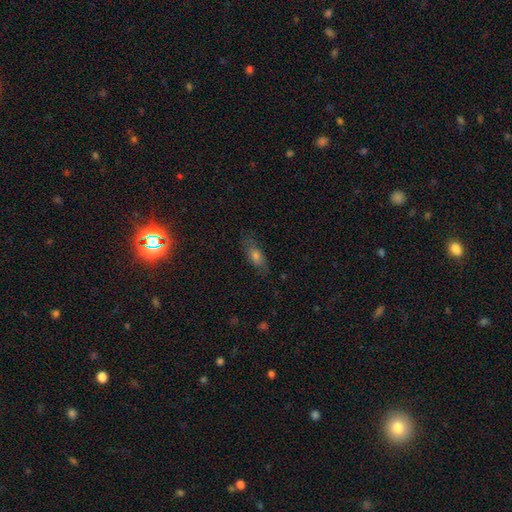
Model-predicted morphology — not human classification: smooth 60%, featured or disk 23%, star or artifact 18%. Down the decision tree: how rounded — in between (67%); merging — none (78%).